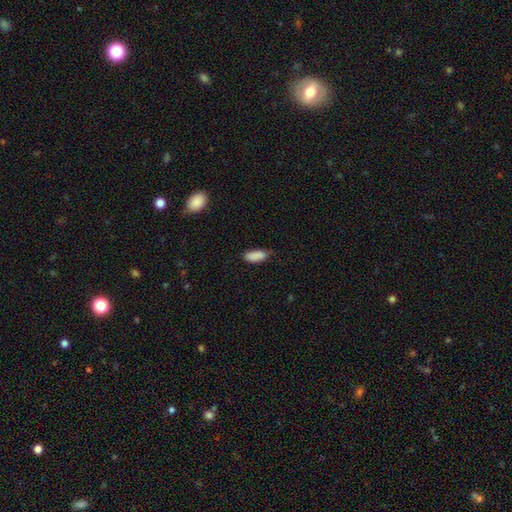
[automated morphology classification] This is clearly a smooth galaxy (89%). How rounded: clearly in between (85%). Merging: likely none (69%).